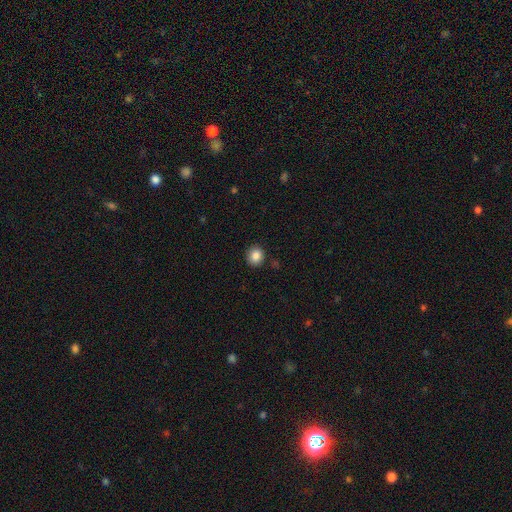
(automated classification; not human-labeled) A smooth galaxy with no disk features (86%) that is round (87%). Merging: none (90%).